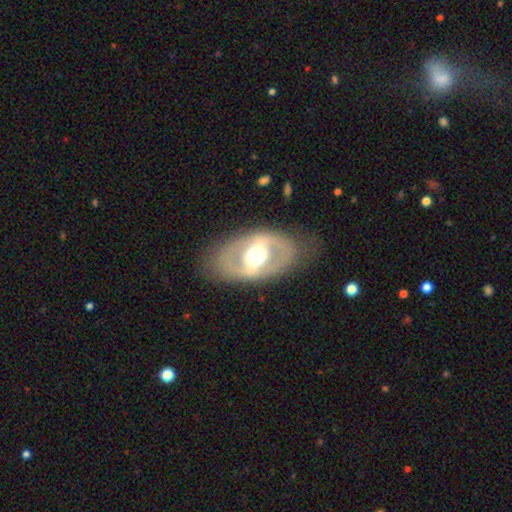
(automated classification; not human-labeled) The model was most divided on "bulge size": moderate: 48%, large: 40%, dominant: 8%, small: 3%, none: 1%. Remaining: edge-on disk — no (91%); merging — none (76%); spiral arms — no (69%); smooth or featured — featured or disk (65%); bar — no (50%).